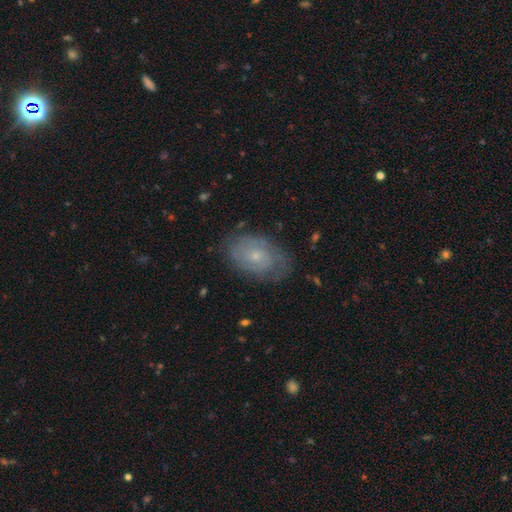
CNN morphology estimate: Smooth or featured: featured or disk — 67% (smooth — 26%)
Edge-on disk: no — 96% (yes — 4%)
Bar: no — 76% (weak — 21%)
Spiral arms: yes — 85% (no — 15%)
Spiral winding: tight — 64% (medium — 27%)
Spiral arm count: 2 — 44% (can't tell — 38%)
Bulge size: small — 71% (moderate — 24%)
Merging: none — 74% (minor disturbance — 18%)